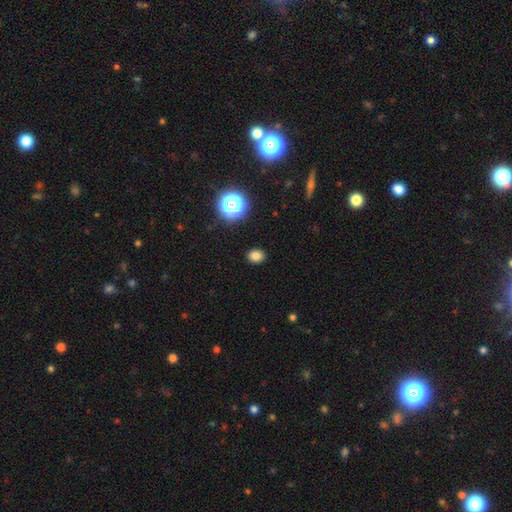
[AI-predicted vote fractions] Smooth or featured? smooth (80%)
How rounded? round (56%)
Merging? none (90%)